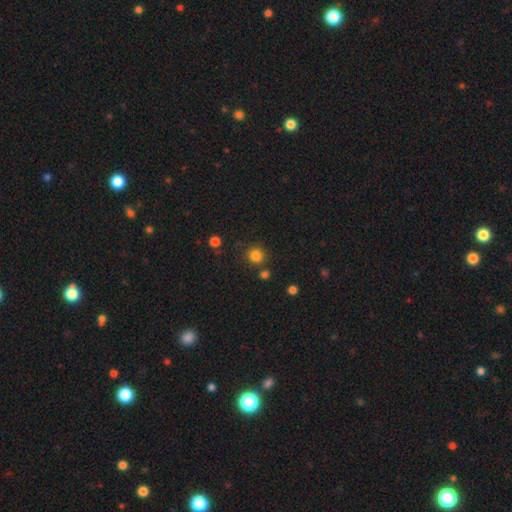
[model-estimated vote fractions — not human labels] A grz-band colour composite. It shows a smooth galaxy with no disk features (82%) that is round (91%). Merging: none (81%).